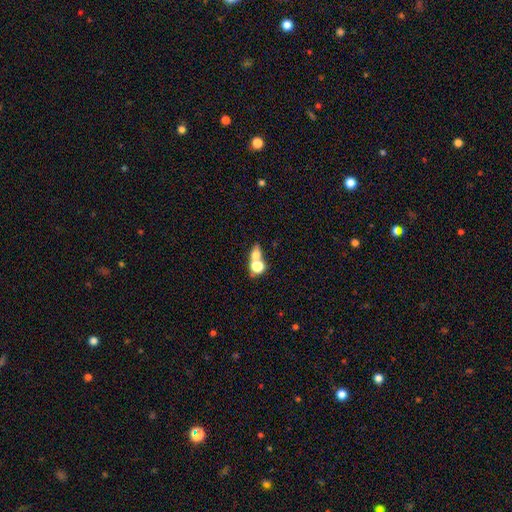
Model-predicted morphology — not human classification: The model was most divided on "how rounded": round: 51%, in between: 44%, cigar-shaped: 4%. More confident: smooth or featured — smooth (69%); merging — merger (55%).